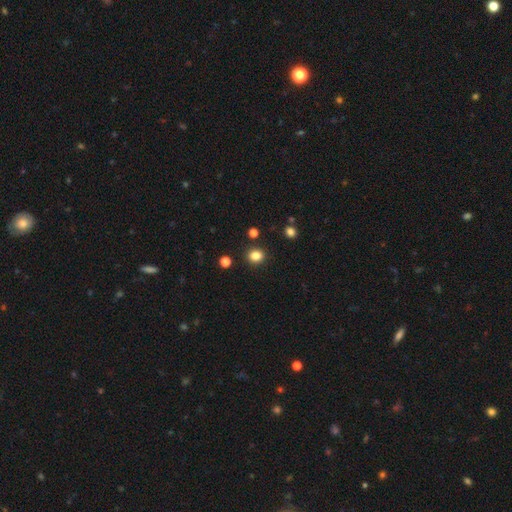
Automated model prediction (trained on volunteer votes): Smooth or featured? smooth (83%)
How rounded? round (73%)
Merging? none (89%)